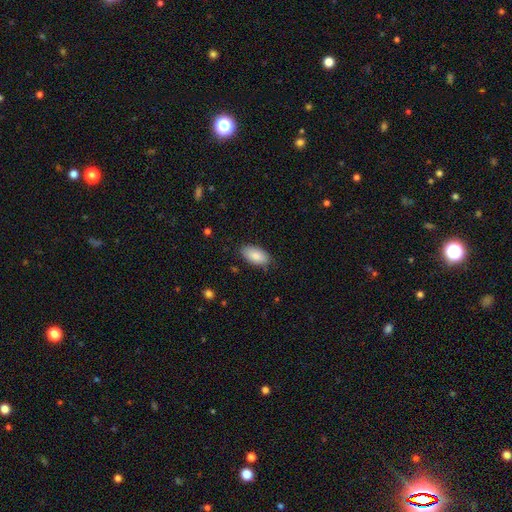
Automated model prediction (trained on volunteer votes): Smooth or featured? smooth (87%)
How rounded? in between (94%)
Merging? none (83%)